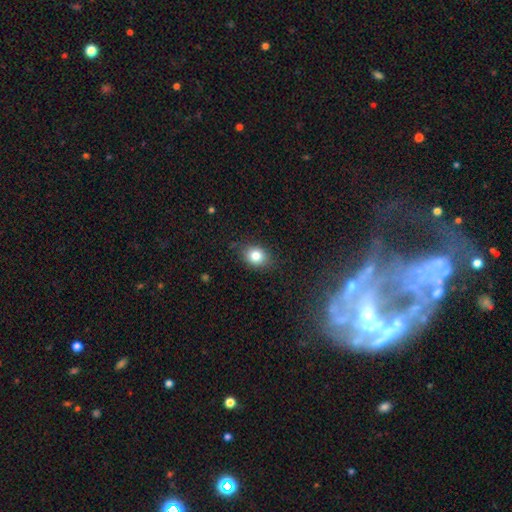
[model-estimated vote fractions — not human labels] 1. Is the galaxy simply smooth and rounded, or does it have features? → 81% smooth, 10% star or artifact, 8% featured or disk.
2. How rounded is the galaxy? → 53% round, 46% in between, 1% cigar-shaped.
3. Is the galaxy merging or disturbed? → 82% none, 13% minor disturbance, 3% major disturbance, 1% merger.